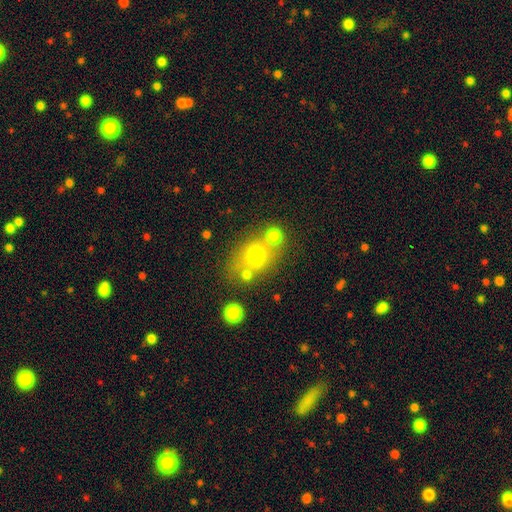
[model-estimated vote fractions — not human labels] A smooth galaxy with no disk features (69%) that is round (55%).

Vote fractions:
- Smooth or featured? smooth: 69% / featured or disk: 17% / star or artifact: 14%
- How rounded? round: 55% / in between: 43% / cigar-shaped: 2%
- Merging? none: 55% / merger: 26% / minor disturbance: 13% / major disturbance: 6%